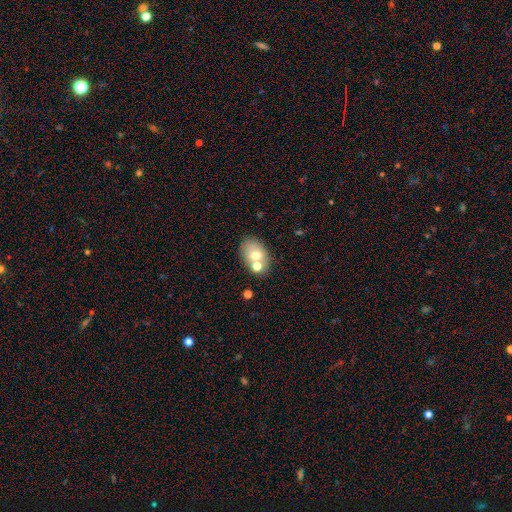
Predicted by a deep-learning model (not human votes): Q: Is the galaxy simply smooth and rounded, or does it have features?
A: smooth — 66%.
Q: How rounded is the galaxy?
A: in between — 74%.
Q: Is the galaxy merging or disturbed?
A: none — 59%.